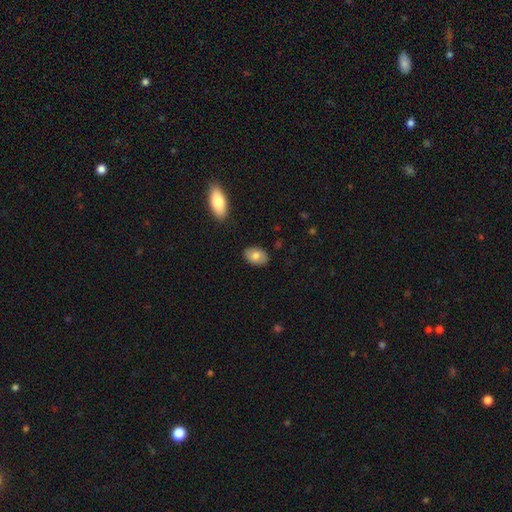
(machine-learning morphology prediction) Smooth or featured: smooth — 79% (featured or disk — 14%)
How rounded: in between — 86% (round — 12%)
Merging: none — 87% (minor disturbance — 10%)